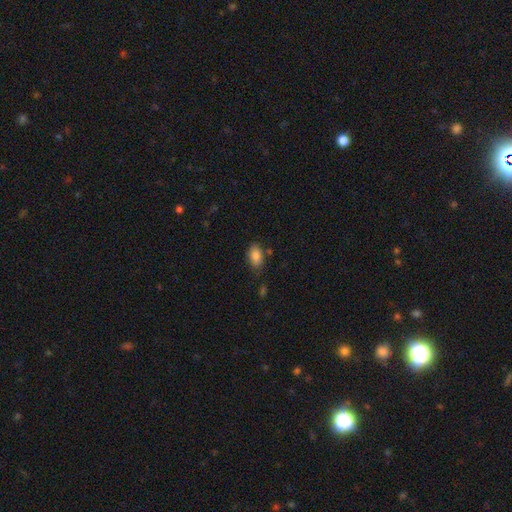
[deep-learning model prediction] Overall: smooth (86%). How rounded: in between (91%). Merging: none (77%).